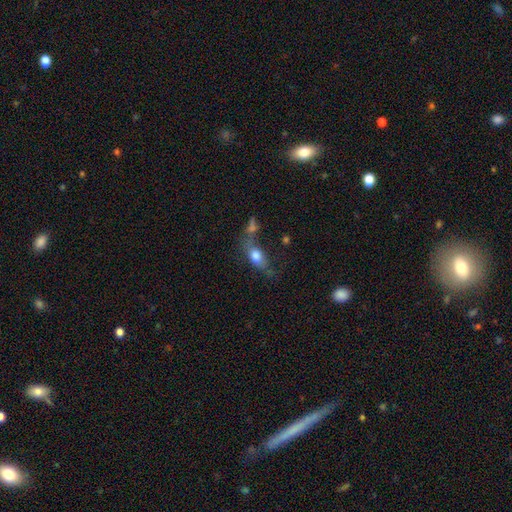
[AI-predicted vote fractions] Overall: smooth (72%). How rounded: in between (75%). Merging: none (37%; merger 24%).